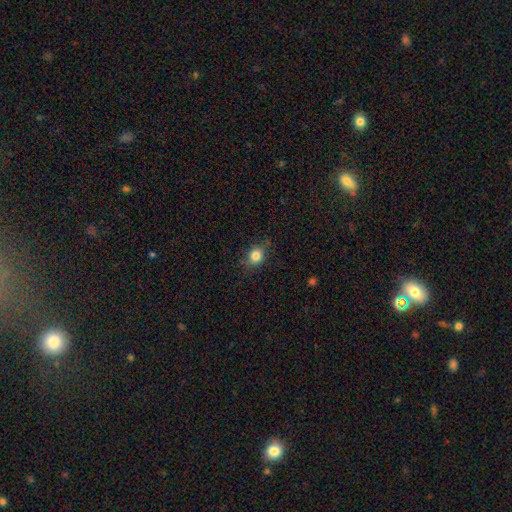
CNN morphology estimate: Smooth or featured? smooth (82%)
How rounded? round (61%)
Merging? none (78%)